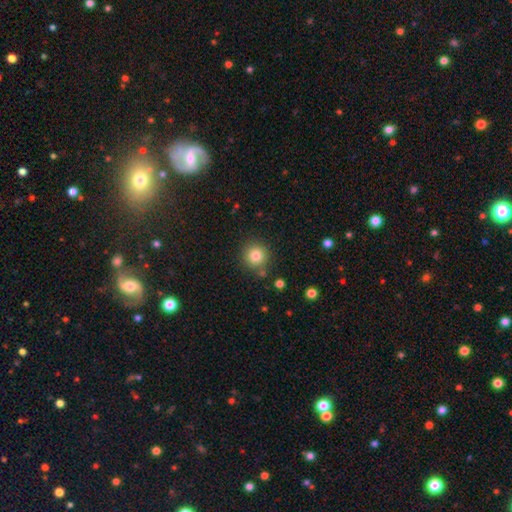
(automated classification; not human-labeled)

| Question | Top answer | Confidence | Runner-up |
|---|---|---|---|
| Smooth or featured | smooth | 82% | star or artifact (11%) |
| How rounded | round | 94% | in between (6%) |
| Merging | none | 85% | minor disturbance (8%) |